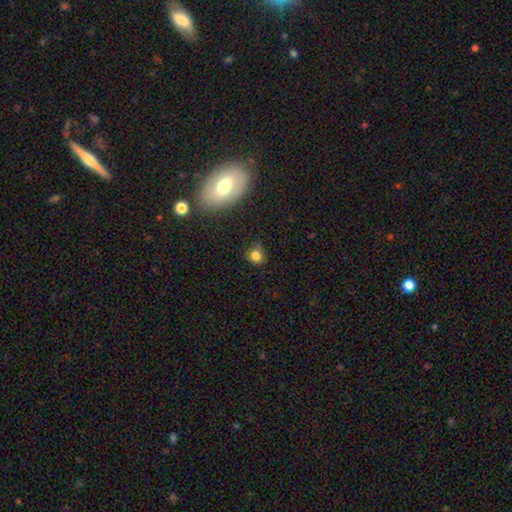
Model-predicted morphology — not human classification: Smooth or featured?
  - smooth: 80% *
  - star or artifact: 13%
  - featured or disk: 6%
How rounded?
  - round: 83% *
  - in between: 15%
  - cigar-shaped: 1%
Merging?
  - none: 79% *
  - minor disturbance: 15%
  - major disturbance: 4%
  - merger: 3%